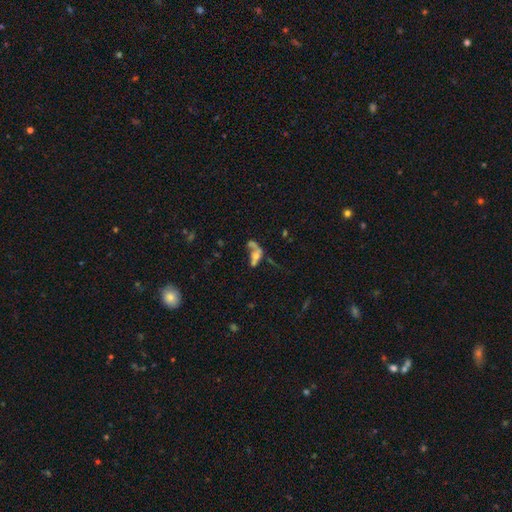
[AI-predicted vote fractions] This appears to be a featured or disk galaxy (43%). Merging: merger (45%).